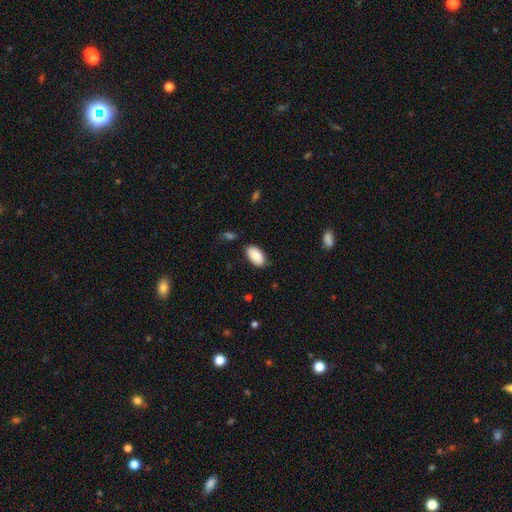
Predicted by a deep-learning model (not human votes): This is clearly a smooth galaxy (88%). How rounded: clearly in between (95%). Merging: clearly none (81%).